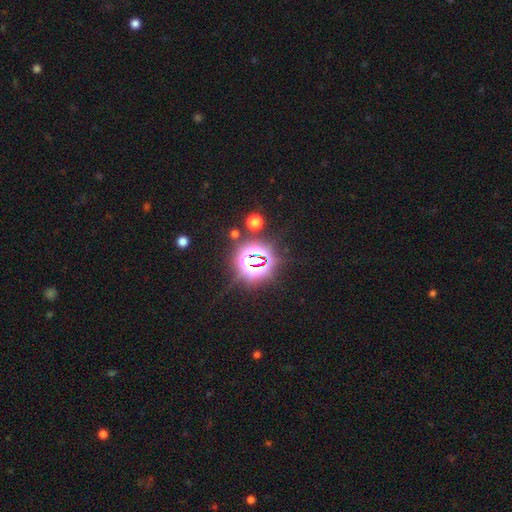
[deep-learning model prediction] Q: Smooth or featured?
A: star or artifact (76%); runner-up: smooth (16%)